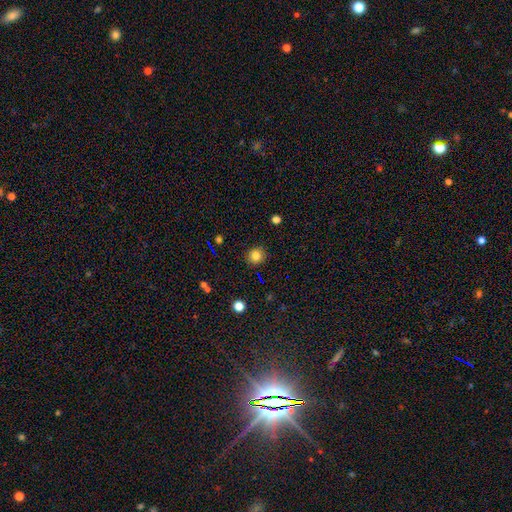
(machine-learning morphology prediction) smooth-or-featured: smooth: 81% | star or artifact: 13% | featured or disk: 6%
  how-rounded: round: 87% | in between: 12% | cigar-shaped: 1%
  merging: none: 89% | minor disturbance: 8% | major disturbance: 2% | merger: 1%